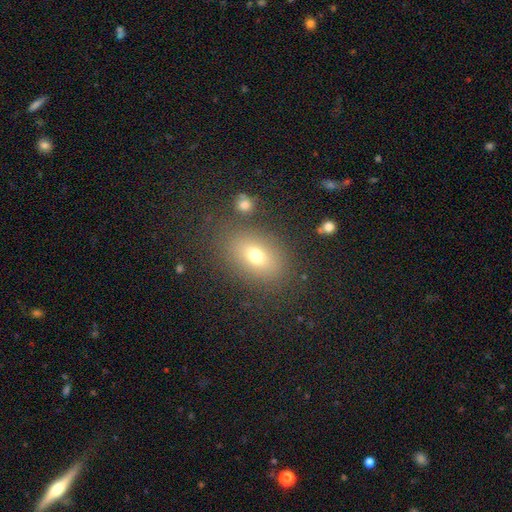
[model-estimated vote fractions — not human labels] smooth 71%, featured or disk 15%, star or artifact 14%. Down the decision tree: how rounded — in between (78%); merging — none (80%).